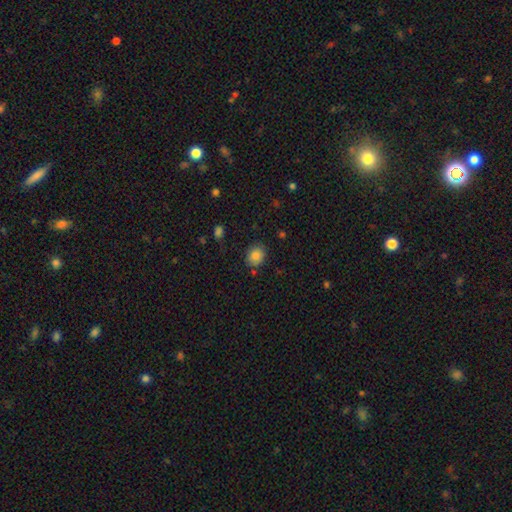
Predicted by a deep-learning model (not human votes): Smooth or featured? Predicted: smooth (p=0.84). How rounded? Predicted: round (p=0.58). Merging? Predicted: none (p=0.82).